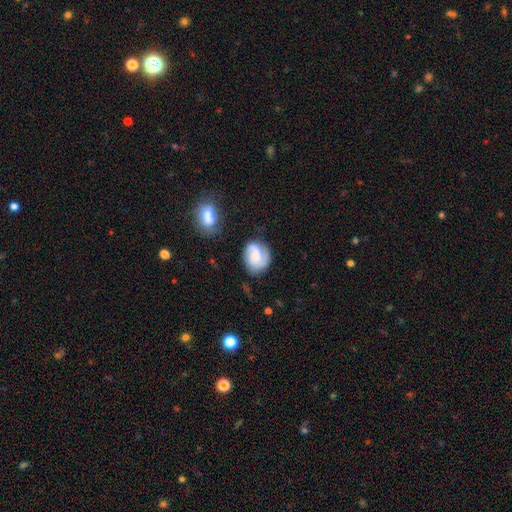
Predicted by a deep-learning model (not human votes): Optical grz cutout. It shows a featured or disk galaxy (50%). Merging: none (61%).